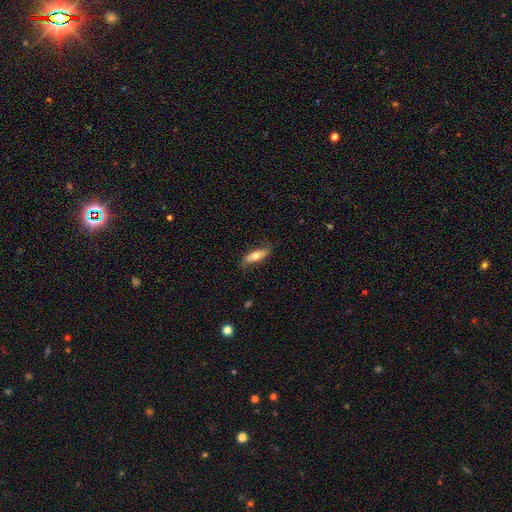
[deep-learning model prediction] This appears to be a smooth galaxy with no disk features (62%) that is in between round and cigar-shaped (60%). Merging: none (77%).